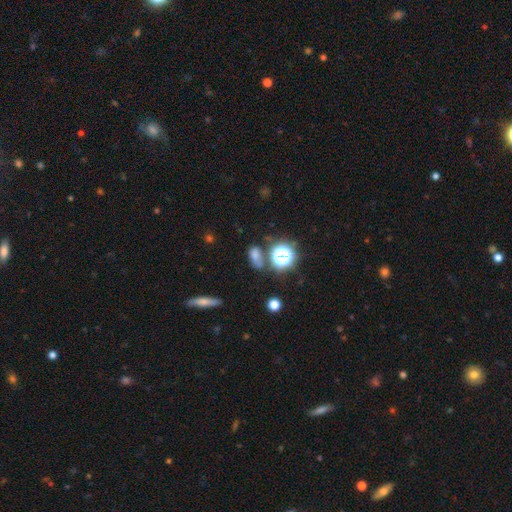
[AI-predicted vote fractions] This is likely a smooth galaxy (63%). How rounded: likely in between (68%). Merging: likely none (61%).